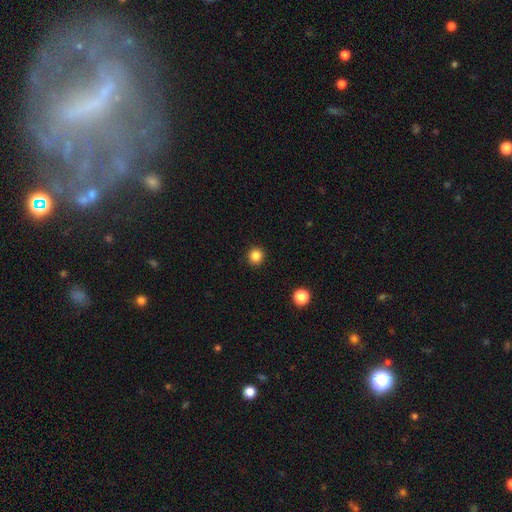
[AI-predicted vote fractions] A smooth galaxy with no disk features (84%) that is round (94%). Merging: none (93%).